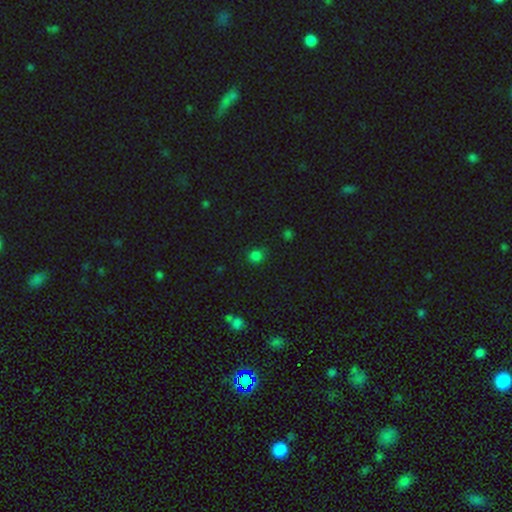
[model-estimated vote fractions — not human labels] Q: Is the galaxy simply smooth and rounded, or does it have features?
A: smooth — 77%.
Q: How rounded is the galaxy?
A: round — 81%.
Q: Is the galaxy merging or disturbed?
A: none — 80%.